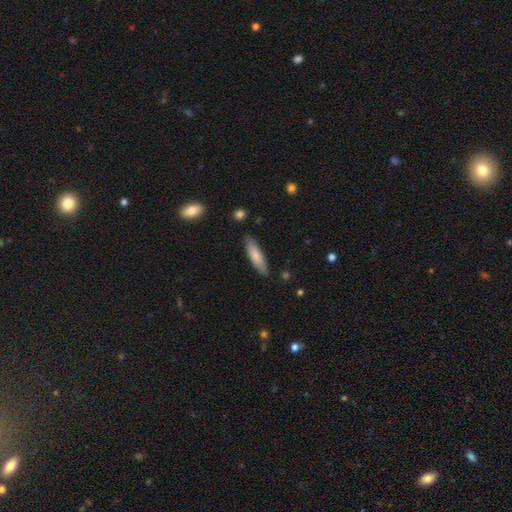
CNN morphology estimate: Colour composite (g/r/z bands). It shows a smooth galaxy with no disk features (79%) that is cigar-shaped (72%). Merging: none (85%).